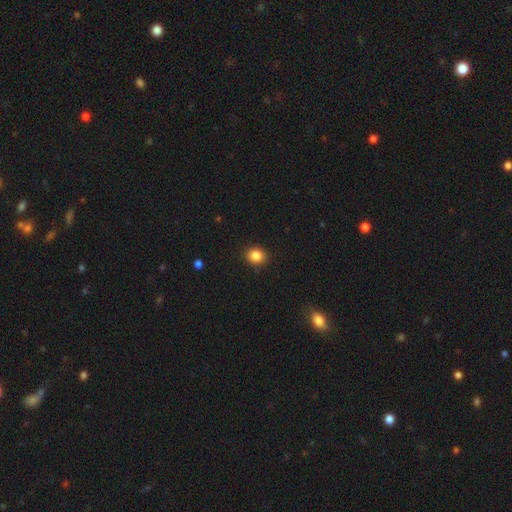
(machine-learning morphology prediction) Smooth or featured: smooth — 86% (star or artifact — 10%)
How rounded: round — 74% (in between — 25%)
Merging: none — 90% (minor disturbance — 7%)